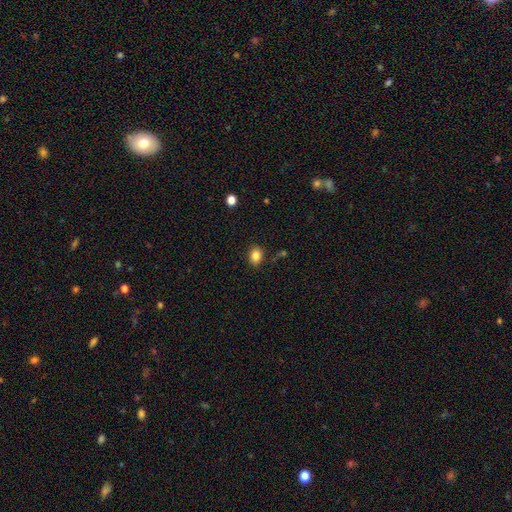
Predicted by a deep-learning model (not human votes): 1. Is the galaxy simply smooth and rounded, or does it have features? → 85% smooth, 10% star or artifact, 5% featured or disk.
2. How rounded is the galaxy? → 56% in between, 43% round, 1% cigar-shaped.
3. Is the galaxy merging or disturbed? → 86% none, 10% minor disturbance, 3% major disturbance, 2% merger.